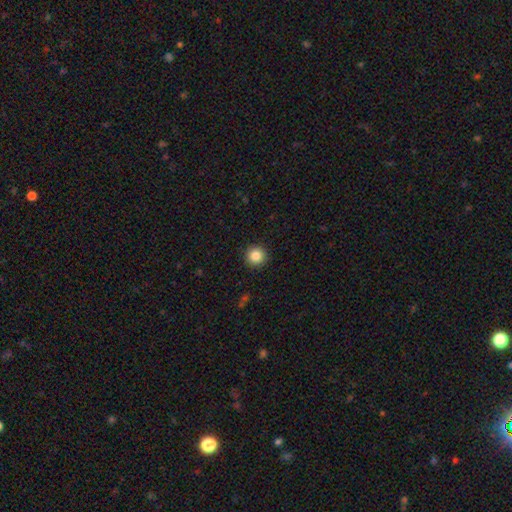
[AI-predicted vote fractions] This appears to be a smooth galaxy with no disk features (85%) that is round (95%). Merging: none (92%).